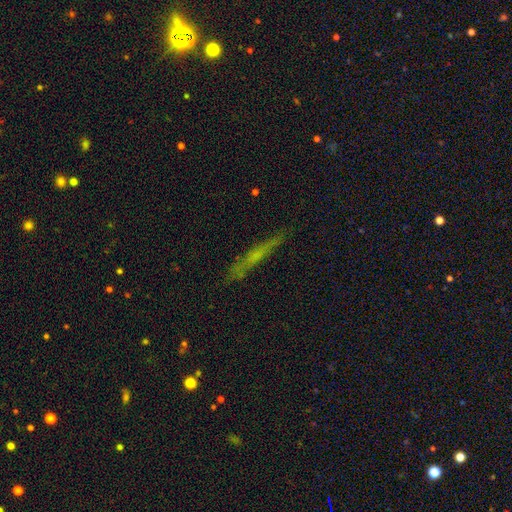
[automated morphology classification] A featured or disk galaxy (46%). Merging: none (80%).